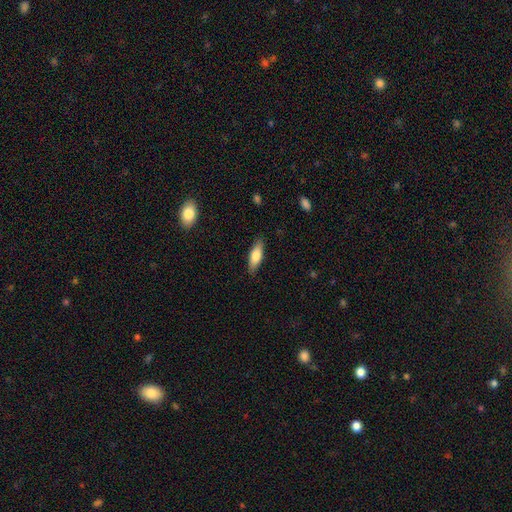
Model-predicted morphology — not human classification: smooth-or-featured: smooth: 73% | featured or disk: 21% | star or artifact: 6%
  how-rounded: in between: 56% | cigar-shaped: 42% | round: 2%
  merging: none: 86% | minor disturbance: 11% | major disturbance: 2% | merger: 1%